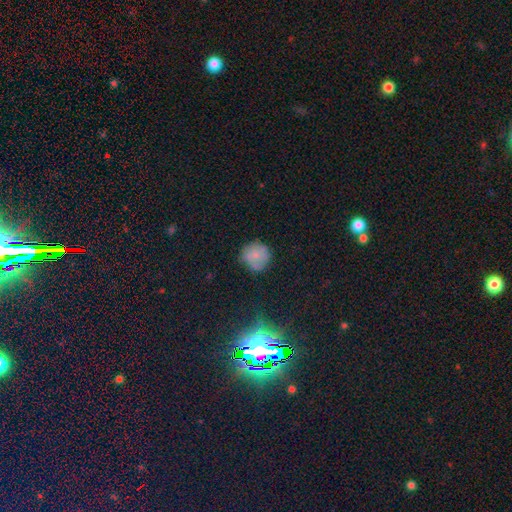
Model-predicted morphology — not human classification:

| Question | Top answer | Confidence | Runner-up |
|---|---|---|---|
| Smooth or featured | smooth | 69% | featured or disk (20%) |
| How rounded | round | 90% | in between (9%) |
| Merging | none | 69% | minor disturbance (22%) |